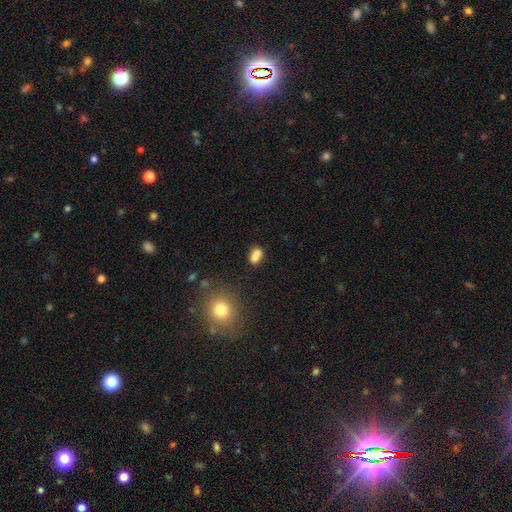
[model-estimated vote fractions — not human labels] Smooth or featured? smooth (75%)
How rounded? in between (60%)
Merging? merger (47%)